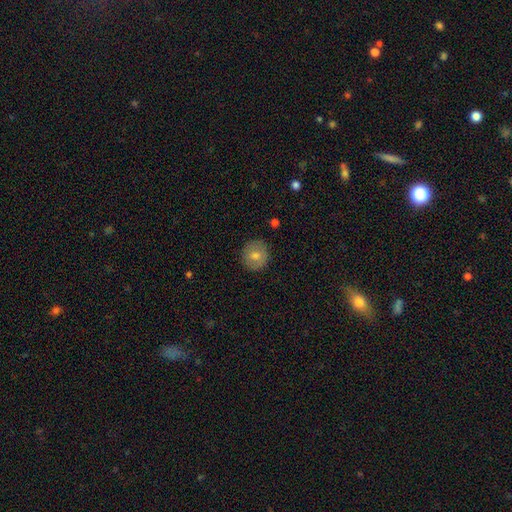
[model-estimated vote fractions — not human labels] smooth 74%, featured or disk 18%, star or artifact 8%. Down the decision tree: how rounded — round (89%); merging — none (88%).